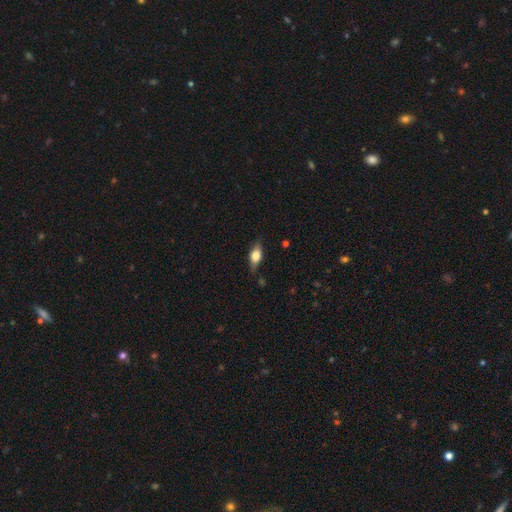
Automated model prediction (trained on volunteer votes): Smooth or featured?
  - smooth: 61% *
  - featured or disk: 31%
  - star or artifact: 8%
How rounded?
  - in between: 76% *
  - cigar-shaped: 17%
  - round: 7%
Merging?
  - none: 78% *
  - minor disturbance: 17%
  - major disturbance: 4%
  - merger: 2%